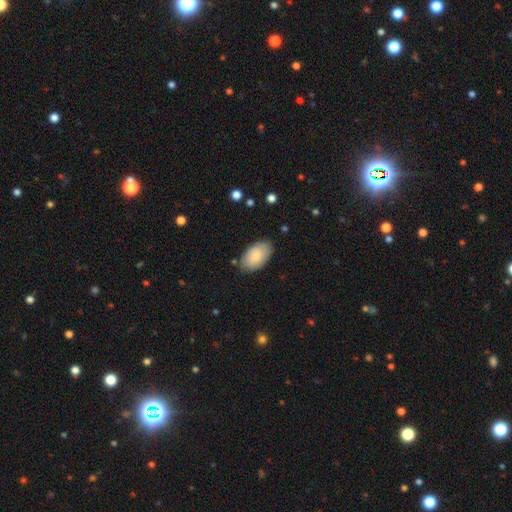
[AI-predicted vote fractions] This is clearly a smooth galaxy (82%). How rounded: clearly in between (95%). Merging: clearly none (80%).